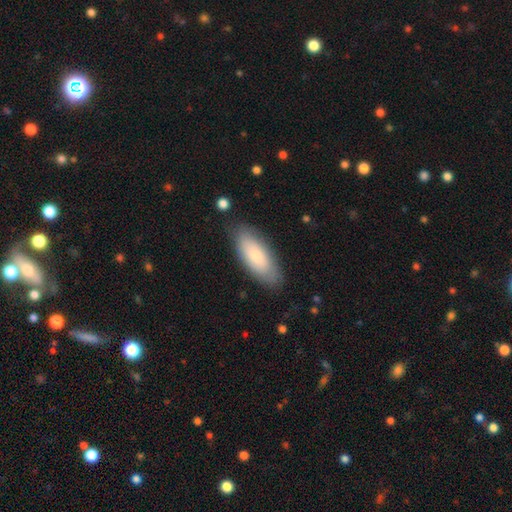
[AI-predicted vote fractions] Smooth or featured?
  - smooth: 74% *
  - featured or disk: 21%
  - star or artifact: 6%
How rounded?
  - in between: 81% *
  - cigar-shaped: 17%
  - round: 2%
Merging?
  - none: 80% *
  - minor disturbance: 15%
  - major disturbance: 3%
  - merger: 2%